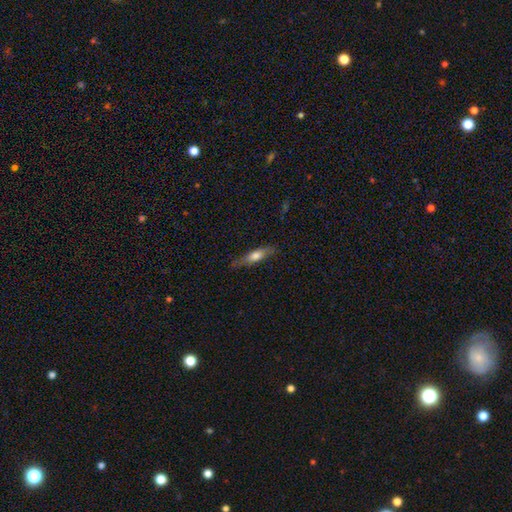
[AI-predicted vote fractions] Smooth or featured? Predicted: smooth (p=0.62). How rounded? Predicted: cigar-shaped (p=0.67). Merging? Predicted: none (p=0.76).